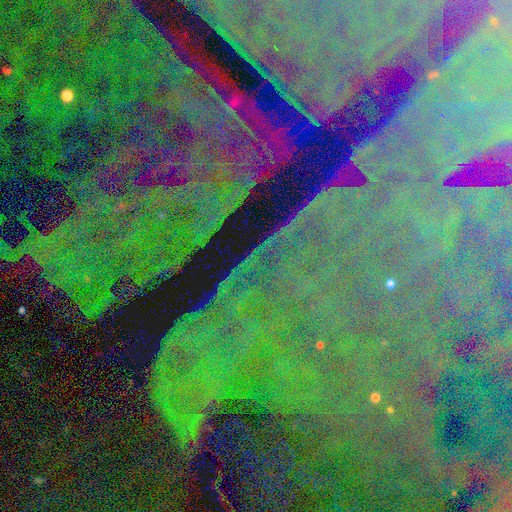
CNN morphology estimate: Smooth or featured? Predicted: star or artifact (p=0.85).